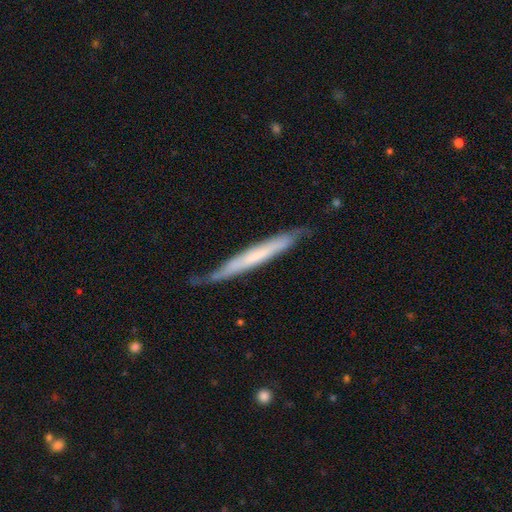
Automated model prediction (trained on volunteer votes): The model was most divided on "smooth or featured": featured or disk: 50%, smooth: 45%, star or artifact: 5%. More confident: edge-on disk — yes (86%); merging — none (70%).